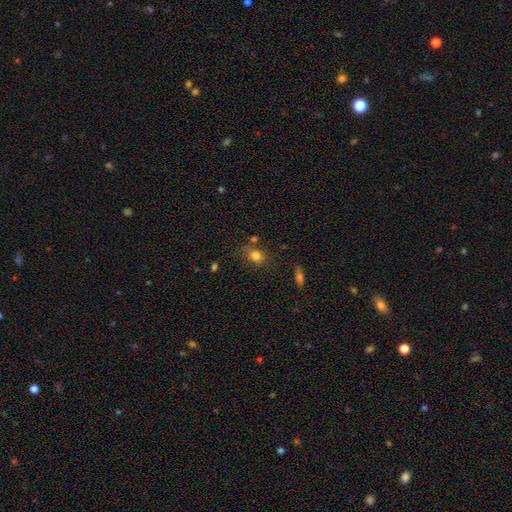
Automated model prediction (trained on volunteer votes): Smooth or featured: smooth — 80% (star or artifact — 12%)
How rounded: in between — 58% (round — 40%)
Merging: none — 69% (minor disturbance — 18%)